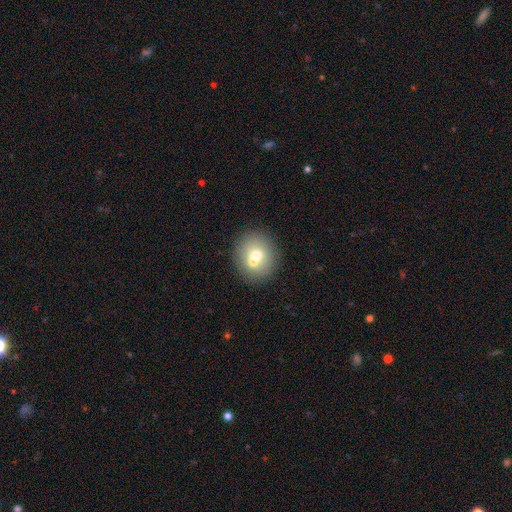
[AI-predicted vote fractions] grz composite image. It shows a smooth galaxy with no disk features (66%) that is round (86%). Merging: none (62%).